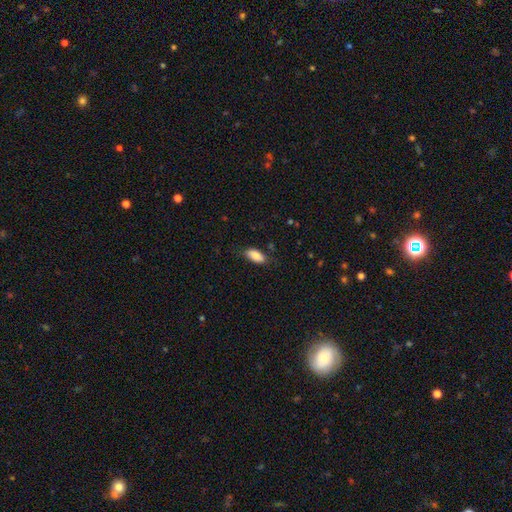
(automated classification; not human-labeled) smooth_or_featured: smooth (p=0.85) [alt: featured or disk p=0.08]
how_rounded: in between (p=0.90) [alt: cigar-shaped p=0.08]
merging: none (p=0.78) [alt: minor disturbance p=0.18]